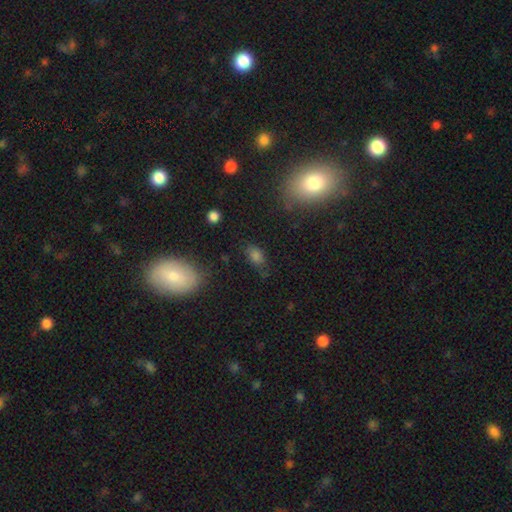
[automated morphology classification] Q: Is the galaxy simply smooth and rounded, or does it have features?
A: smooth — 72%.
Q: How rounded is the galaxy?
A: in between — 83%.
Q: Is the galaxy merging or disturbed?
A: none — 70%.